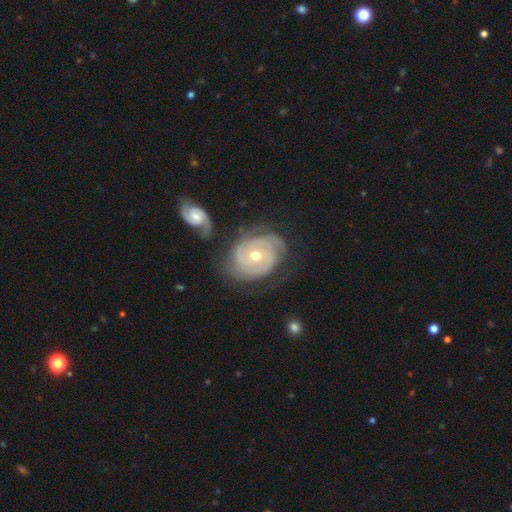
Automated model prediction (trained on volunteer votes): featured or disk 86%, smooth 9%, star or artifact 5%. Down the decision tree: edge-on disk — no (97%); bar — no (76%); spiral arms — yes (94%); spiral arm count — 3 (29%); spiral winding — tight (73%); bulge size — moderate (65%); merging — none (61%).